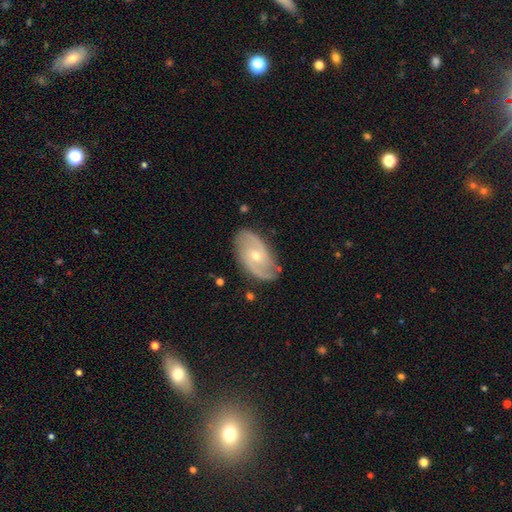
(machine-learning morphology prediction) Smooth or featured? Predicted: featured or disk (p=0.84). Edge-on disk? Predicted: no (p=0.96). Bar? Predicted: no (p=0.62). Spiral arms? Predicted: yes (p=0.95). Spiral winding? Predicted: medium (p=0.48). Spiral arm count? Predicted: 2 (p=0.82). Bulge size? Predicted: small (p=0.53). Merging? Predicted: none (p=0.81).